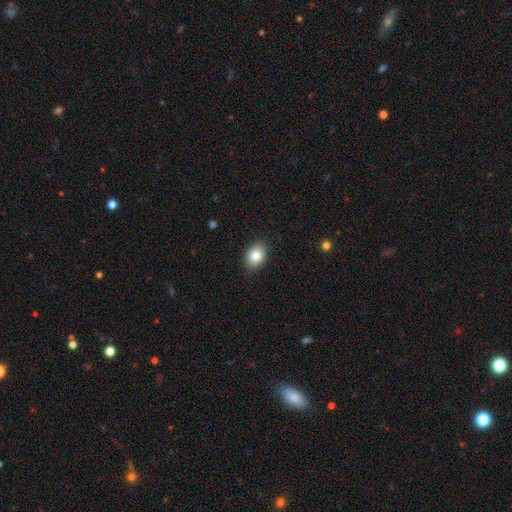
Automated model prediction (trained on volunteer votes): This is clearly a smooth galaxy (83%). How rounded: likely in between (70%). Merging: clearly none (89%).